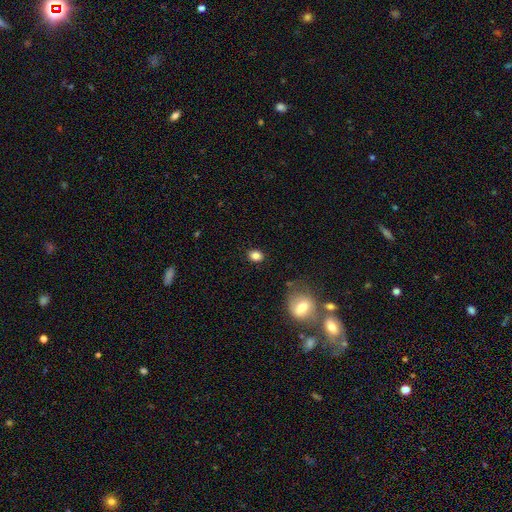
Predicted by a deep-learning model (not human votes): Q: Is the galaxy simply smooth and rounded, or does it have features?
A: smooth — 83%.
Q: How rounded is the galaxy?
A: in between — 50%.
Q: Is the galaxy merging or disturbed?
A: none — 85%.